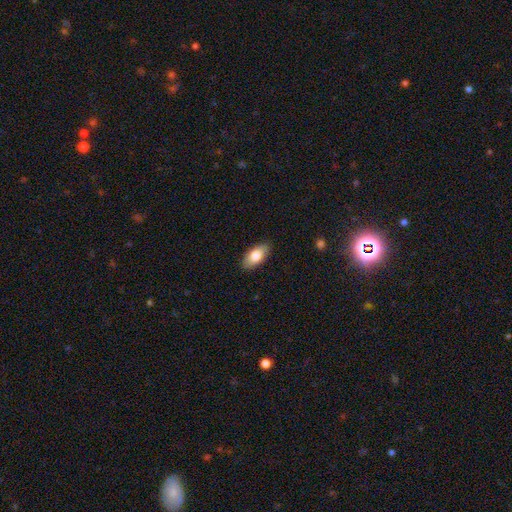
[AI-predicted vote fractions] Smooth or featured? smooth (80%)
How rounded? in between (91%)
Merging? none (88%)